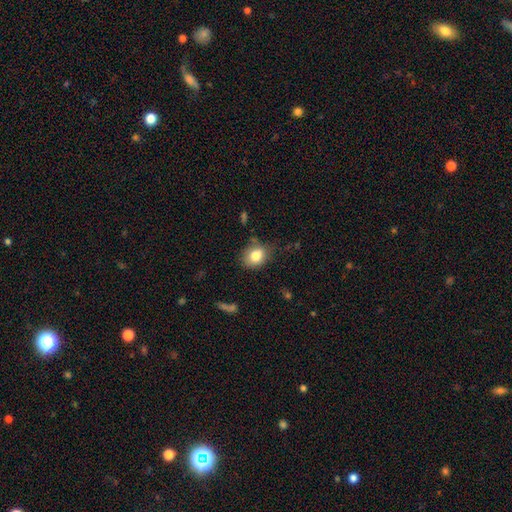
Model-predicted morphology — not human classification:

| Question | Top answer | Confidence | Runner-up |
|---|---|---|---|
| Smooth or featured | smooth | 81% | featured or disk (10%) |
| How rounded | in between | 56% | round (43%) |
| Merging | none | 69% | minor disturbance (22%) |